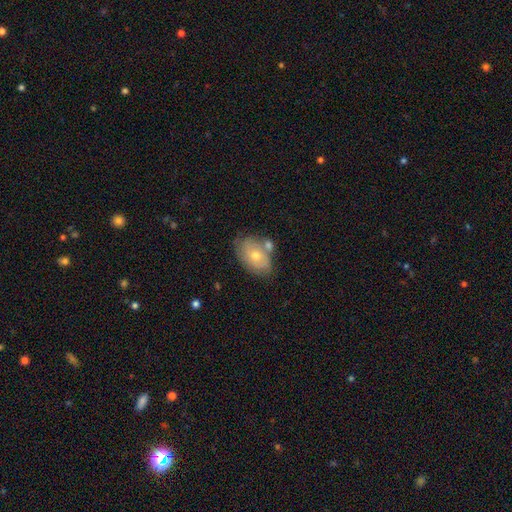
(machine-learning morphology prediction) smooth-or-featured: smooth: 53% | featured or disk: 39% | star or artifact: 9%
  how-rounded: in between: 81% | round: 17% | cigar-shaped: 1%
  merging: none: 56% | minor disturbance: 20% | merger: 18% | major disturbance: 6%